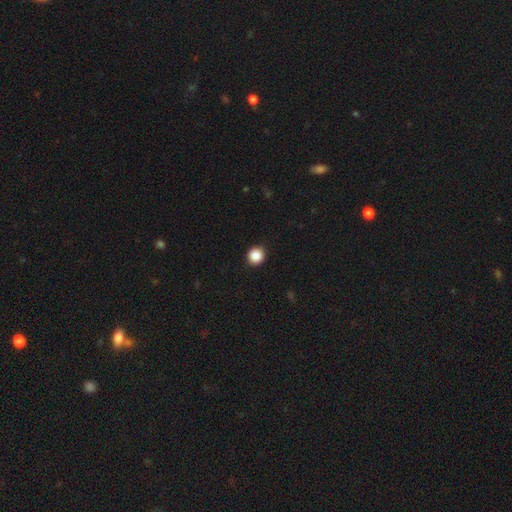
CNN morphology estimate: smooth 87%, star or artifact 10%, featured or disk 3%. Down the decision tree: how rounded — round (93%); merging — none (91%).